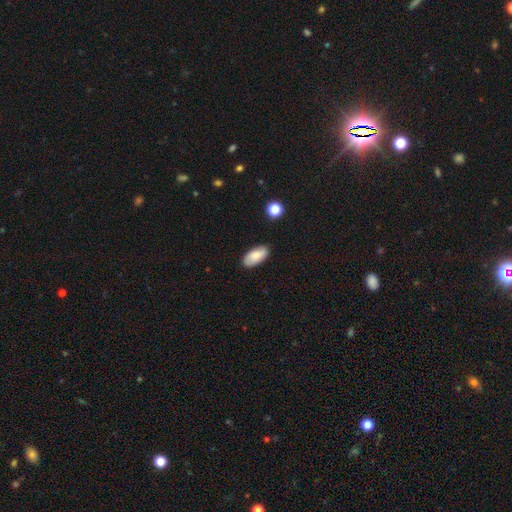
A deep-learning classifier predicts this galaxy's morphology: This appears to be a smooth galaxy with no disk features (77%) that is in between round and cigar-shaped (94%). Merging: none (83%).